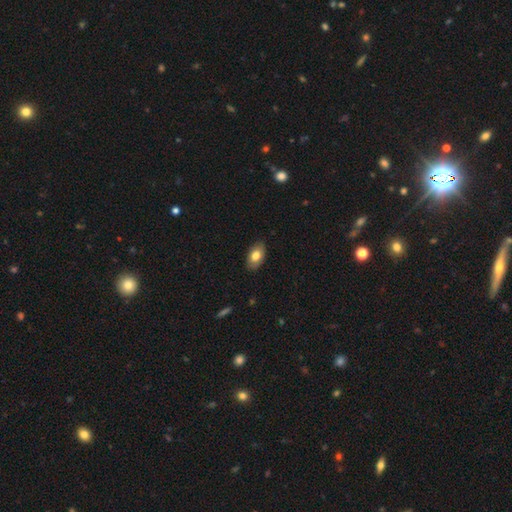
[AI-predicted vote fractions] A smooth galaxy with no disk features (76%) that is in between round and cigar-shaped (92%).

Vote fractions:
- Smooth or featured? smooth: 76% / featured or disk: 17% / star or artifact: 7%
- How rounded? in between: 92% / round: 6% / cigar-shaped: 2%
- Merging? none: 86% / minor disturbance: 11% / major disturbance: 2% / merger: 1%